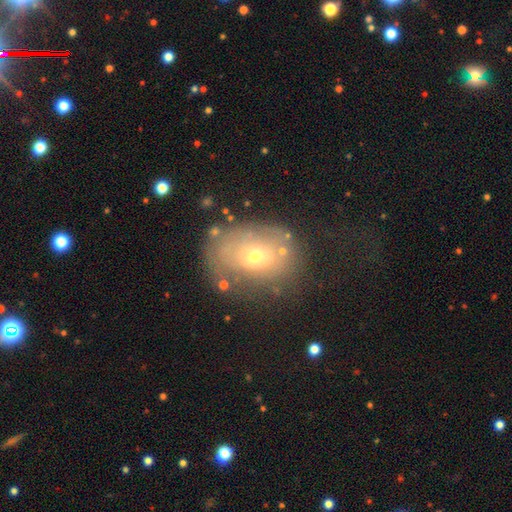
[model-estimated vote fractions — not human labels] Smooth or featured? Predicted: smooth (p=0.55). How rounded? Predicted: in between (p=0.63). Merging? Predicted: none (p=0.60).